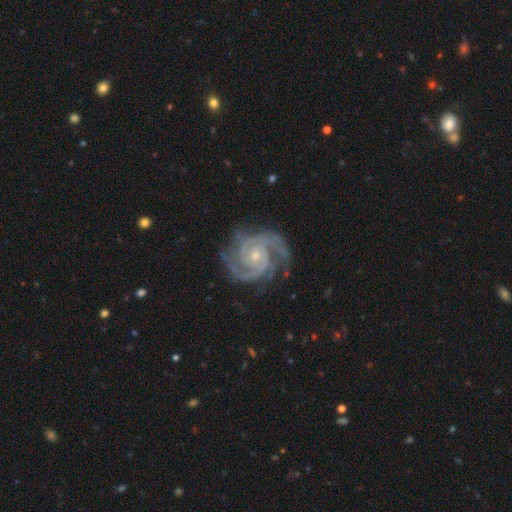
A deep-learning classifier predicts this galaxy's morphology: This appears to be a featured or disk galaxy (94%) with no bar (70%), 2 (45%) tight (63%) spiral arms (99%) and a small central bulge (68%). Merging: none (76%).